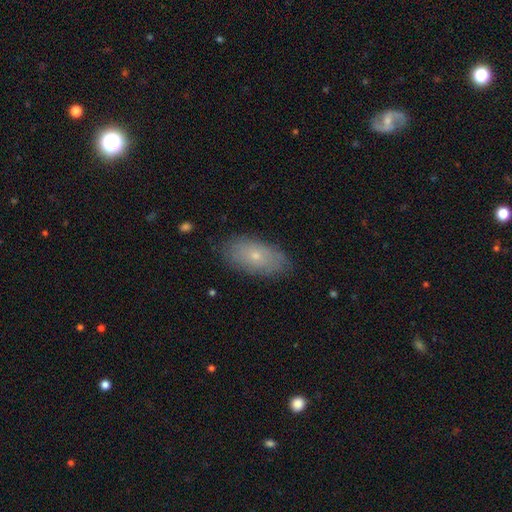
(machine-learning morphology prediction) Smooth or featured? Predicted: smooth (p=0.64). How rounded? Predicted: in between (p=0.90). Merging? Predicted: none (p=0.82).